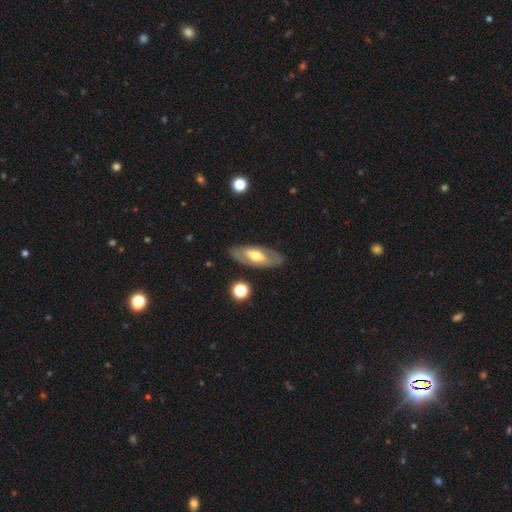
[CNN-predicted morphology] Smooth or featured? Predicted: featured or disk (p=0.55). Edge-on disk? Predicted: no (p=0.79). Merging? Predicted: none (p=0.83).